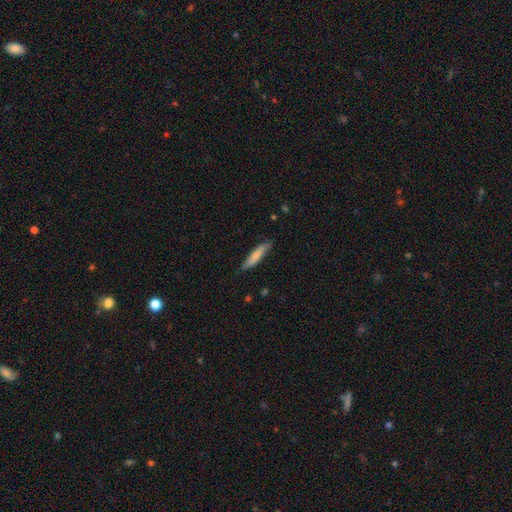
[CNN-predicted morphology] smooth-or-featured: smooth: 76% | featured or disk: 19% | star or artifact: 5%
  how-rounded: cigar-shaped: 86% | in between: 13% | round: 1%
  merging: none: 79% | minor disturbance: 17% | major disturbance: 2% | merger: 1%